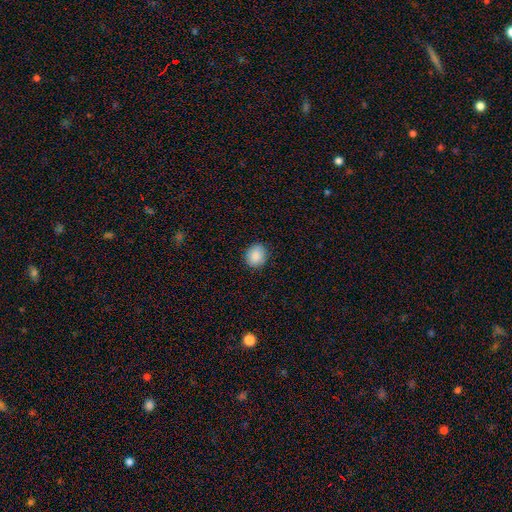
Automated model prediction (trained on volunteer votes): This is clearly a smooth galaxy (88%). How rounded: likely round (72%). Merging: clearly none (88%).